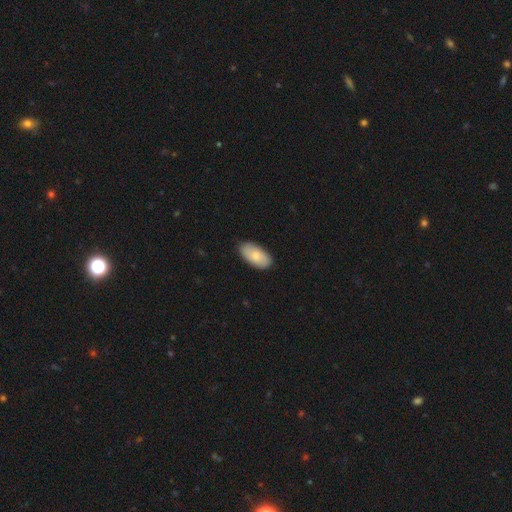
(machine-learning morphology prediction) smooth_or_featured: smooth (p=0.78) [alt: featured or disk p=0.16]
how_rounded: in between (p=0.95) [alt: cigar-shaped p=0.03]
merging: none (p=0.85) [alt: minor disturbance p=0.12]